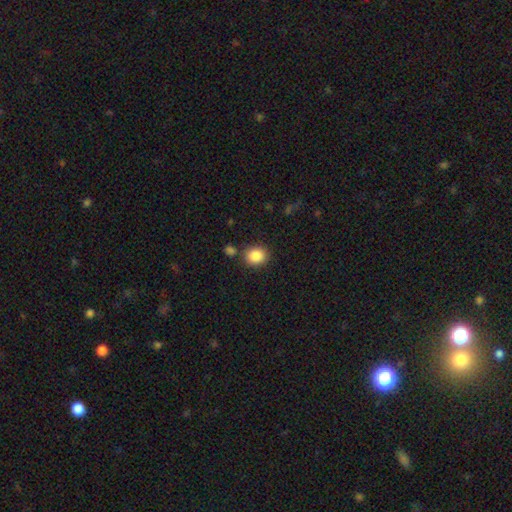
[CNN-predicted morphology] smooth-or-featured: smooth: 87% | star or artifact: 9% | featured or disk: 5%
  how-rounded: round: 69% | in between: 30% | cigar-shaped: 1%
  merging: none: 80% | minor disturbance: 10% | merger: 7% | major disturbance: 3%